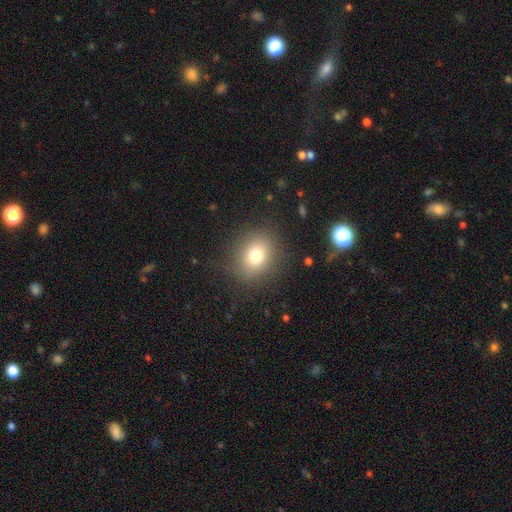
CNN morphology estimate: Q: Smooth or featured?
A: smooth (76%); runner-up: star or artifact (13%)
Q: How rounded?
A: round (69%); runner-up: in between (30%)
Q: Merging?
A: none (82%); runner-up: minor disturbance (11%)